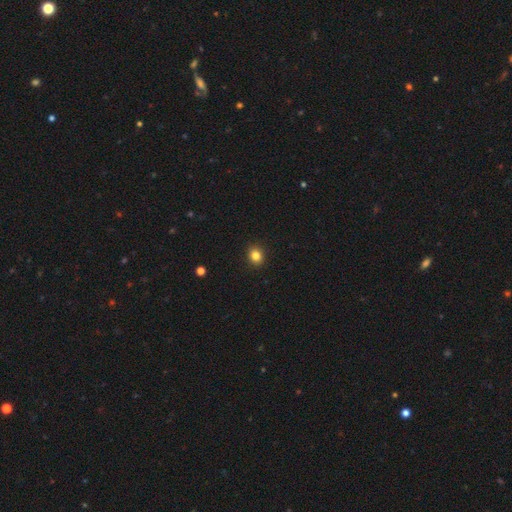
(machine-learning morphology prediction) smooth_or_featured: smooth (p=0.83) [alt: star or artifact p=0.12]
how_rounded: round (p=0.77) [alt: in between p=0.23]
merging: none (p=0.92) [alt: minor disturbance p=0.06]